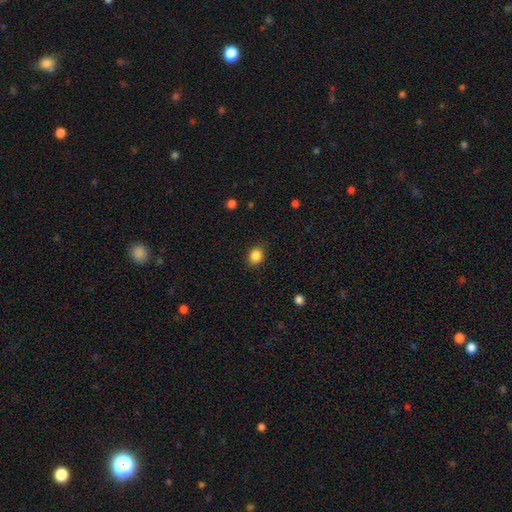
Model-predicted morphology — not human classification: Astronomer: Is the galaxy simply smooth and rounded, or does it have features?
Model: smooth — 87%.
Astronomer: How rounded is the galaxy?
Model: round — 61% (runner-up: in between, 38%).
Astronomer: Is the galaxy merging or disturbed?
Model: none — 87%.